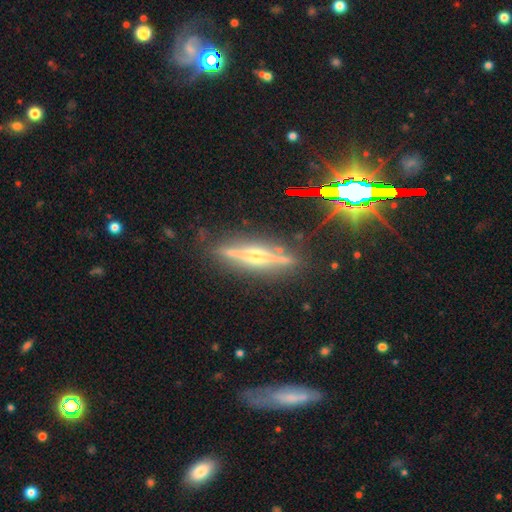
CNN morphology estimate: Q: Smooth or featured?
A: featured or disk (80%); runner-up: smooth (11%)
Q: Edge-on disk?
A: yes (97%); runner-up: no (3%)
Q: Edge-on bulge?
A: rounded (87%); runner-up: none (7%)
Q: Merging?
A: none (86%); runner-up: minor disturbance (10%)